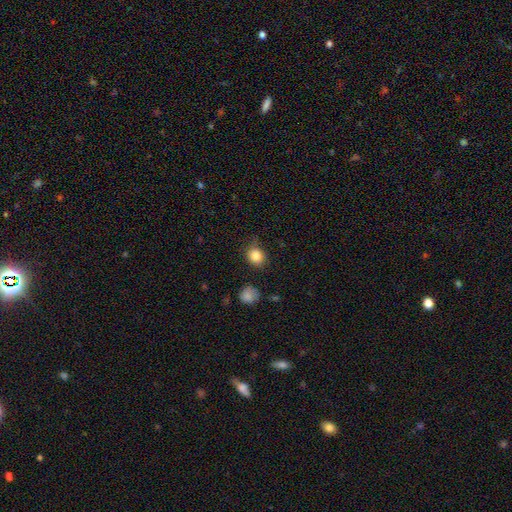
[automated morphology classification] A smooth galaxy with no disk features (84%) that is round (72%). Merging: none (70%).